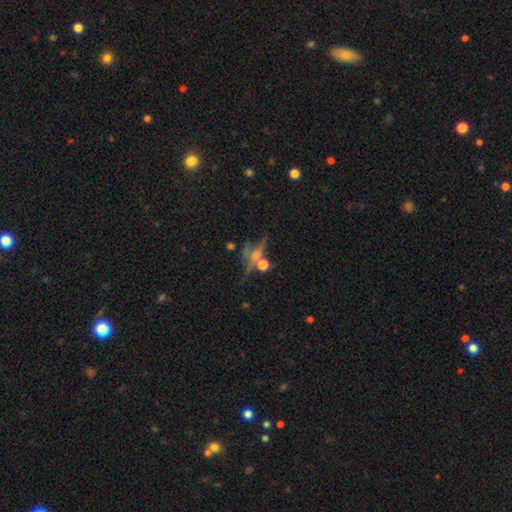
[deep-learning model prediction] smooth-or-featured: smooth: 40% | featured or disk: 38% | star or artifact: 22%
  merging: none: 46% | merger: 26% | major disturbance: 15% | minor disturbance: 14%